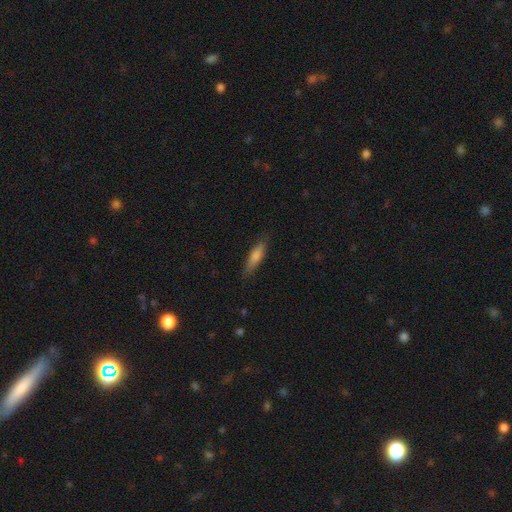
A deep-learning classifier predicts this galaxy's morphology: smooth-or-featured: smooth: 68% | featured or disk: 25% | star or artifact: 7%
  how-rounded: cigar-shaped: 73% | in between: 25% | round: 2%
  merging: none: 84% | minor disturbance: 12% | major disturbance: 2% | merger: 1%